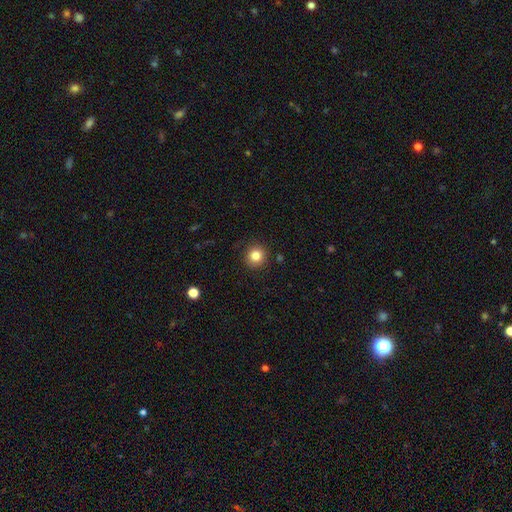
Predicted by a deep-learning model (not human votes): Q: Smooth or featured?
A: smooth (84%); runner-up: star or artifact (11%)
Q: How rounded?
A: round (93%); runner-up: in between (6%)
Q: Merging?
A: none (91%); runner-up: minor disturbance (6%)